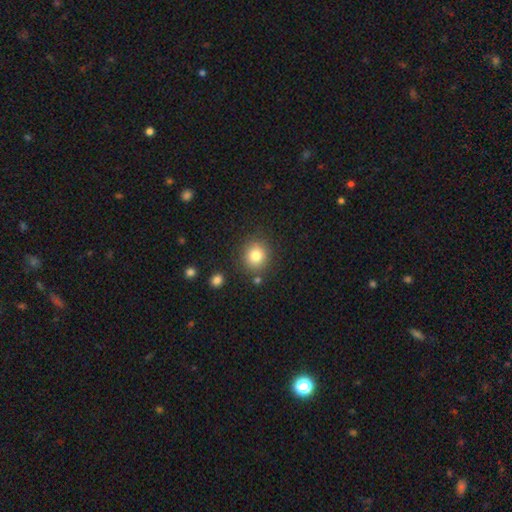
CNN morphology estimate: A smooth galaxy with no disk features (81%) that is round (87%). Merging: none (83%).